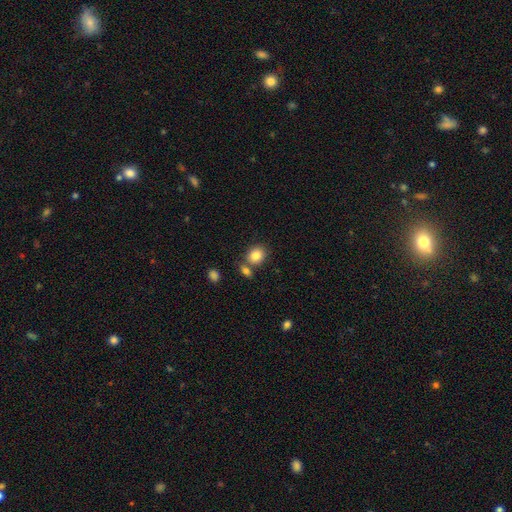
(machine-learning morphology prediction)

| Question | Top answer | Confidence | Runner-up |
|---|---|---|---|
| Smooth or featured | smooth | 84% | star or artifact (9%) |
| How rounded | round | 61% | in between (38%) |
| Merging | none | 63% | merger (24%) |